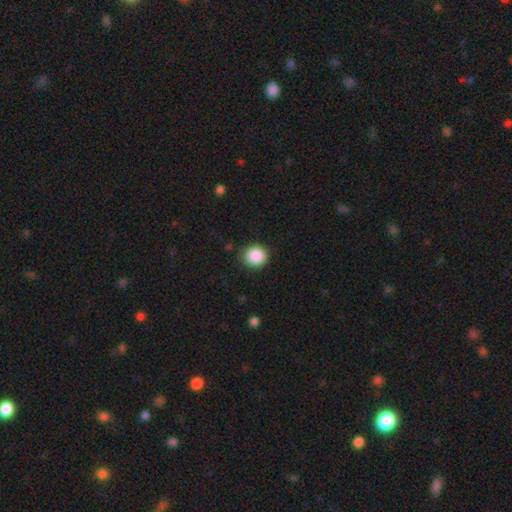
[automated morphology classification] Smooth or featured?
  - smooth: 89% *
  - star or artifact: 8%
  - featured or disk: 3%
How rounded?
  - round: 88% *
  - in between: 11%
  - cigar-shaped: 1%
Merging?
  - none: 87% *
  - minor disturbance: 10%
  - major disturbance: 3%
  - merger: 1%